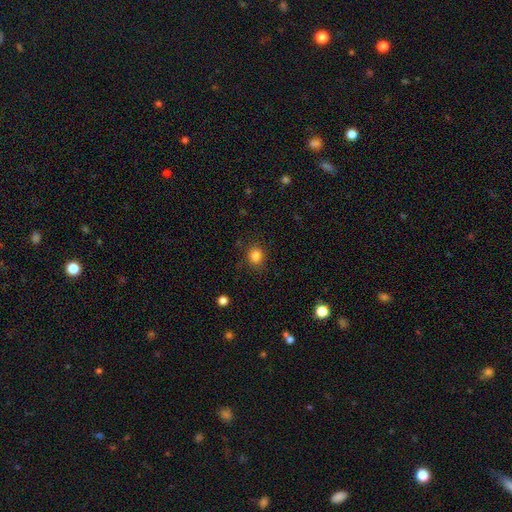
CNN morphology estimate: This is clearly a smooth galaxy (84%). How rounded: likely round (72%). Merging: clearly none (83%).